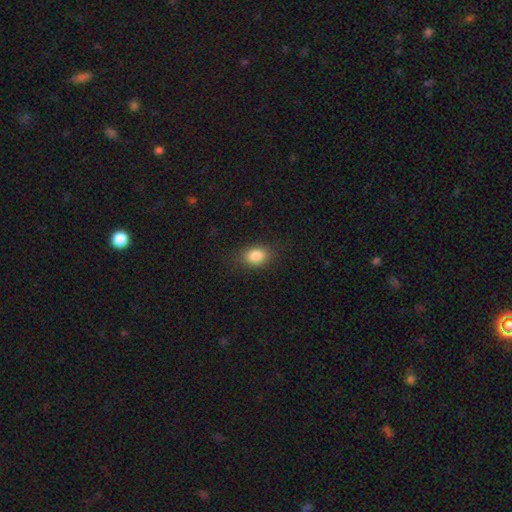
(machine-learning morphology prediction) This appears to be a smooth galaxy with no disk features (85%) that is in between round and cigar-shaped (71%). Merging: none (84%).